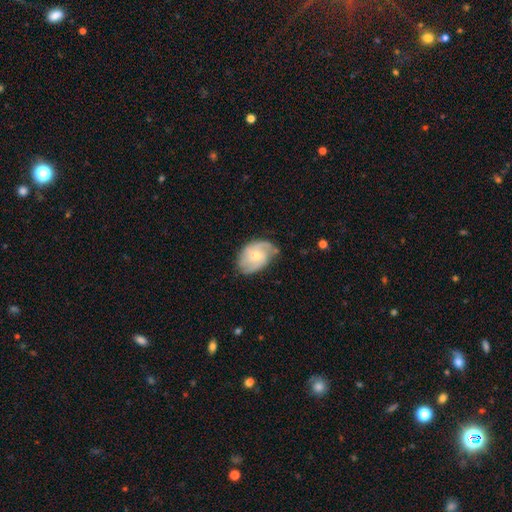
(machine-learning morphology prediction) Smooth or featured? Predicted: featured or disk (p=0.66). Edge-on disk? Predicted: no (p=0.97). Bar? Predicted: no (p=0.50). Spiral arms? Predicted: yes (p=0.89). Spiral winding? Predicted: medium (p=0.44). Spiral arm count? Predicted: 2 (p=0.54). Bulge size? Predicted: small (p=0.52). Merging? Predicted: none (p=0.60).